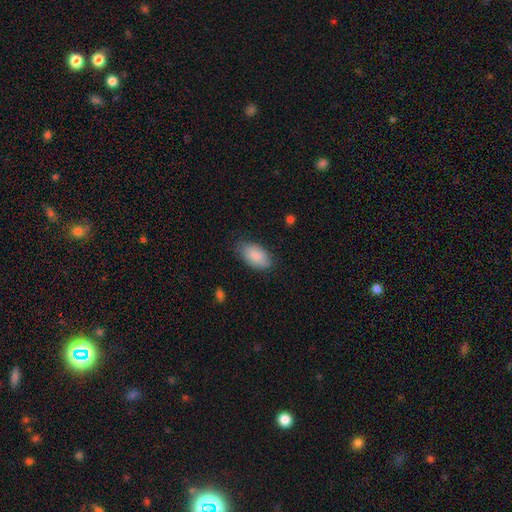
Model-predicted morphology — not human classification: Overall: smooth (87%). How rounded: in between (95%). Merging: none (78%).